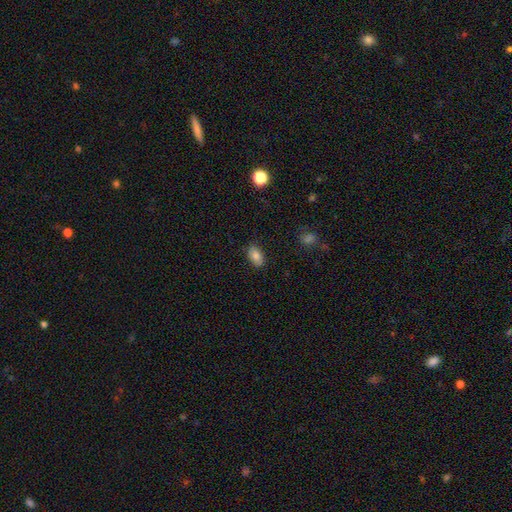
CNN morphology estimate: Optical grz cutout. It shows a smooth galaxy with no disk features (83%) that is in between round and cigar-shaped (91%). Merging: none (86%).